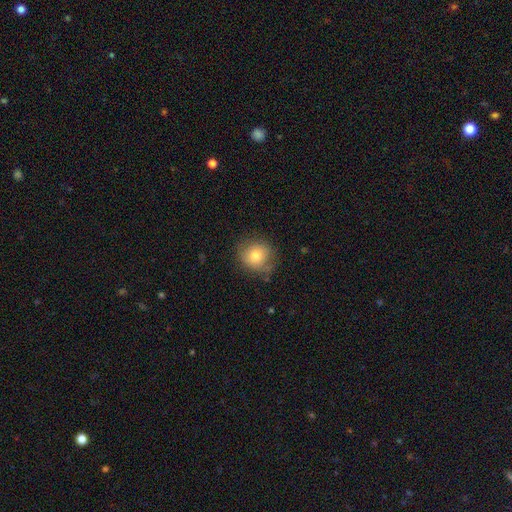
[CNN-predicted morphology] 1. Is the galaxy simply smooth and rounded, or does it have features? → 75% smooth, 15% featured or disk, 10% star or artifact.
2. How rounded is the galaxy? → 84% round, 15% in between, 1% cigar-shaped.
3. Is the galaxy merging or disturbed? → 72% none, 21% minor disturbance, 6% major disturbance, 2% merger.